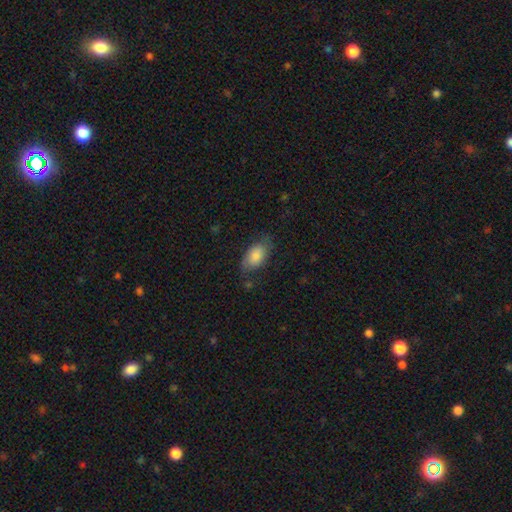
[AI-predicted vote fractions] This is likely a smooth galaxy (76%). How rounded: clearly in between (92%). Merging: likely none (65%).